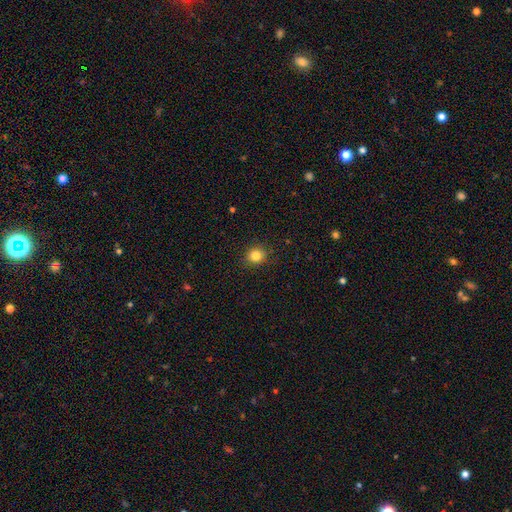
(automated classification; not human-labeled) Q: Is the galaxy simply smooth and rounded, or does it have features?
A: smooth — 83%.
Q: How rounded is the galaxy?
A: round — 86%.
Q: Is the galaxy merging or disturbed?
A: none — 90%.